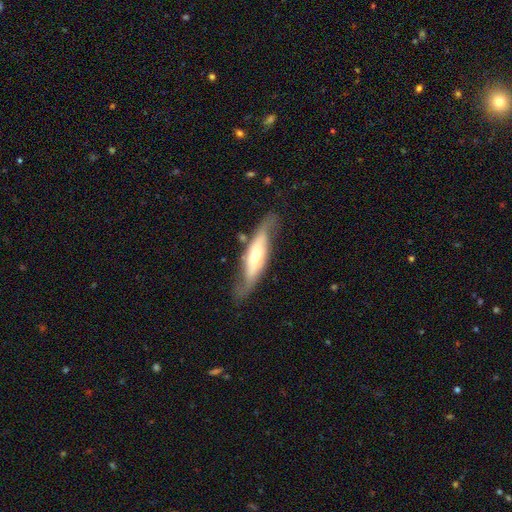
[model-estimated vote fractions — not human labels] This appears to be a featured or disk galaxy (67%). Merging: none (70%).